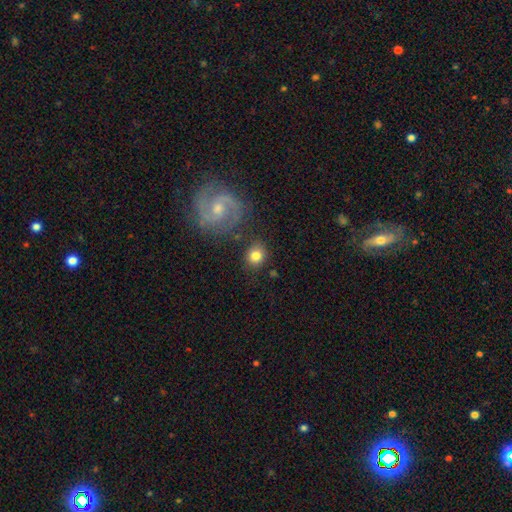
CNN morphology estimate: A smooth galaxy with no disk features (78%) that is round (81%). Merging: none (81%).